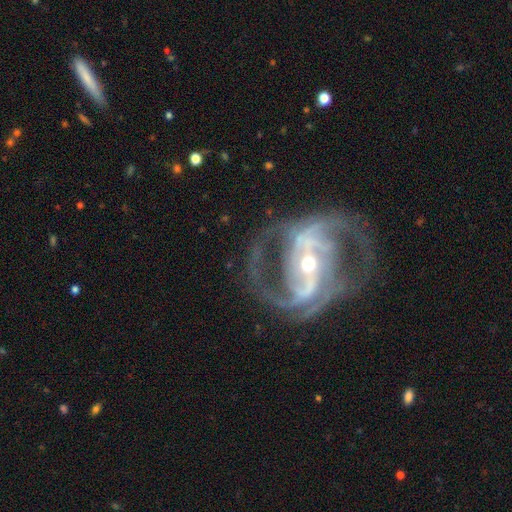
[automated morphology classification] smooth_or_featured: featured or disk (p=0.91) [alt: star or artifact p=0.06]
disk_edge_on: no (p=0.97) [alt: yes p=0.03]
bar: strong (p=0.62) [alt: weak p=0.25]
has_spiral_arms: yes (p=0.97) [alt: no p=0.03]
spiral_winding: medium (p=0.56) [alt: tight p=0.23]
spiral_arm_count: 2 (p=0.71) [alt: 3 p=0.13]
bulge_size: small (p=0.53) [alt: moderate p=0.42]
merging: none (p=0.65) [alt: major disturbance p=0.18]